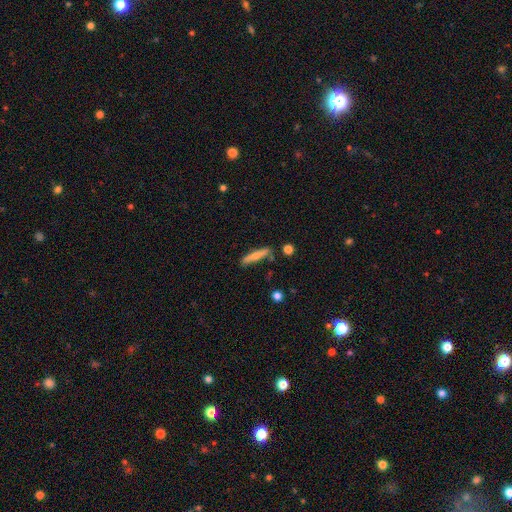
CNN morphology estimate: smooth 56%, featured or disk 38%, star or artifact 7%. Down the decision tree: how rounded — cigar-shaped (89%); merging — none (73%).